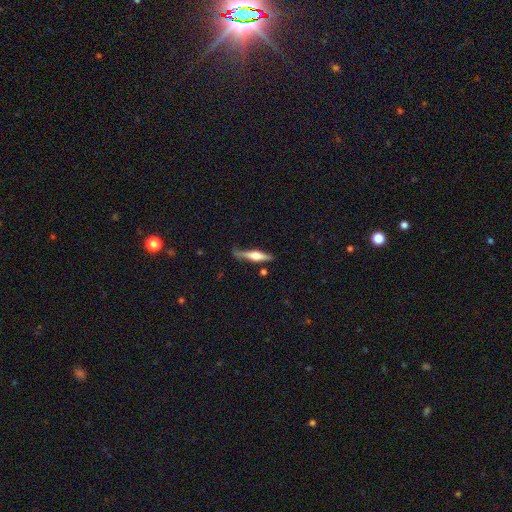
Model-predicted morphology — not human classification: Smooth or featured?
  - featured or disk: 60% *
  - smooth: 34%
  - star or artifact: 6%
Edge-on disk?
  - yes: 96% *
  - no: 4%
Edge-on bulge?
  - rounded: 85% *
  - boxy: 11%
  - none: 4%
Merging?
  - none: 72% *
  - minor disturbance: 19%
  - major disturbance: 5%
  - merger: 4%